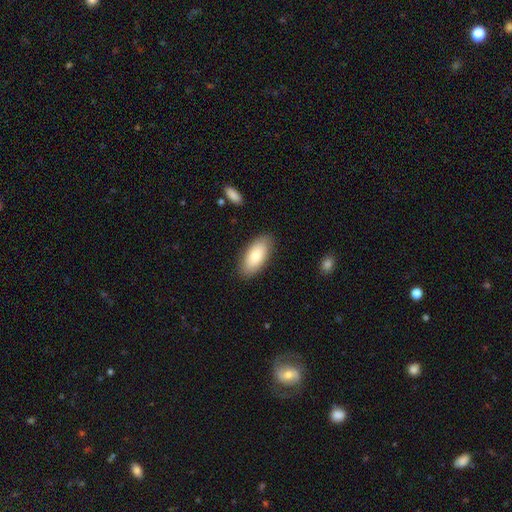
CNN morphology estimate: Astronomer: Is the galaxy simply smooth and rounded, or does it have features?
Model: smooth — 82%.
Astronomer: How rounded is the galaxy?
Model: in between — 92%.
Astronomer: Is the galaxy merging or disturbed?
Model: none — 86%.